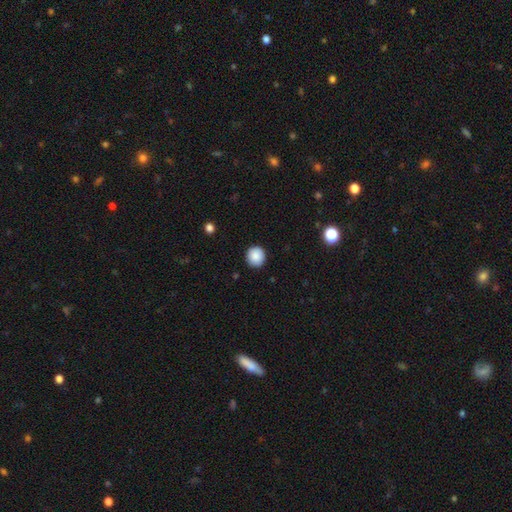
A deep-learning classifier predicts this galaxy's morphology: Smooth or featured? Predicted: smooth (p=0.88). How rounded? Predicted: round (p=0.92). Merging? Predicted: none (p=0.91).